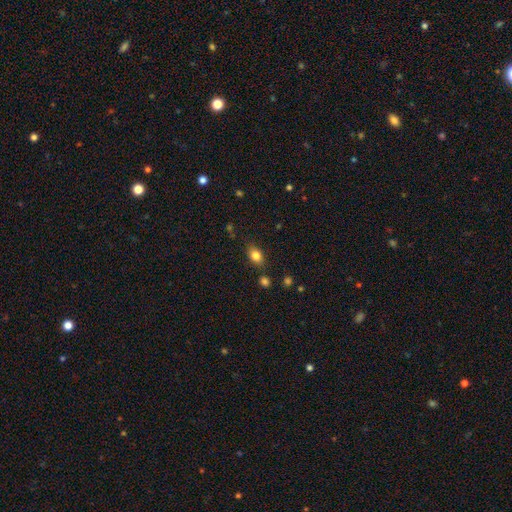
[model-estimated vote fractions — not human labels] A smooth galaxy with no disk features (82%) that is in between round and cigar-shaped (79%). Merging: none (80%).